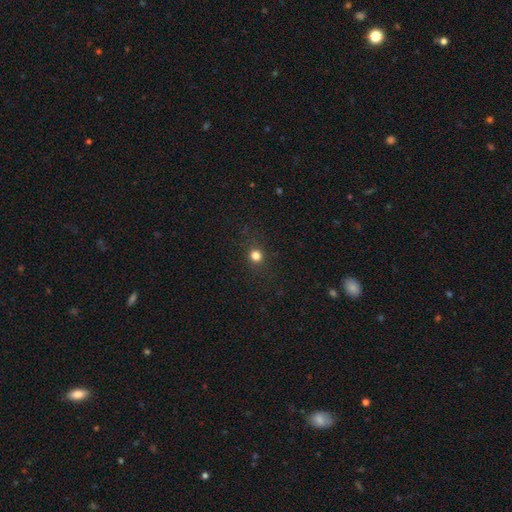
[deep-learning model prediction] smooth_or_featured: smooth (p=0.78) [alt: star or artifact p=0.17]
how_rounded: round (p=0.87) [alt: in between p=0.12]
merging: none (p=0.87) [alt: minor disturbance p=0.08]